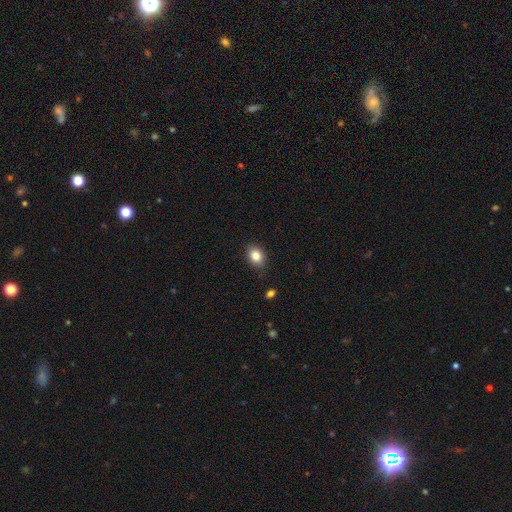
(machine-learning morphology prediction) This appears to be a smooth galaxy with no disk features (84%) that is in between round and cigar-shaped (63%). Merging: none (84%).